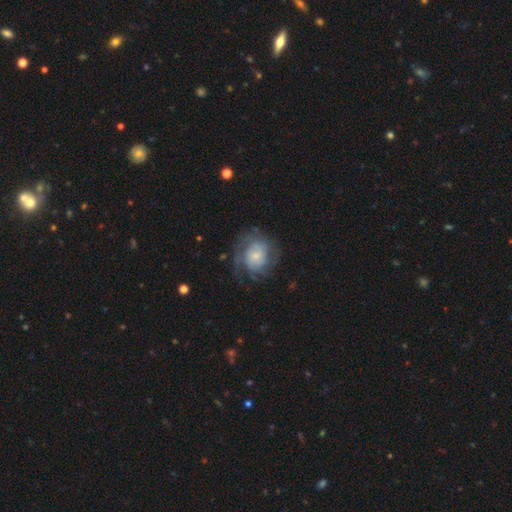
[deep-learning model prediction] This appears to be a featured or disk galaxy (62%) with no bar (71%), spiral arms (81%) and a small central bulge (56%). Merging: none (60%).